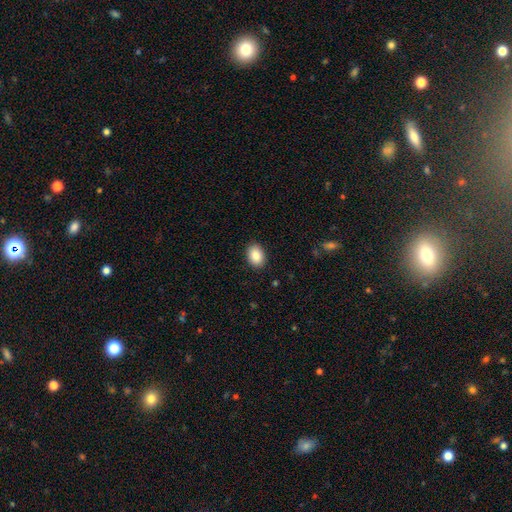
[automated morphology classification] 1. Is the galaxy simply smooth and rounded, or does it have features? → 88% smooth, 7% star or artifact, 4% featured or disk.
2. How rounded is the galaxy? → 78% in between, 21% round, 1% cigar-shaped.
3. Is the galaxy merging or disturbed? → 89% none, 8% minor disturbance, 2% major disturbance, 1% merger.